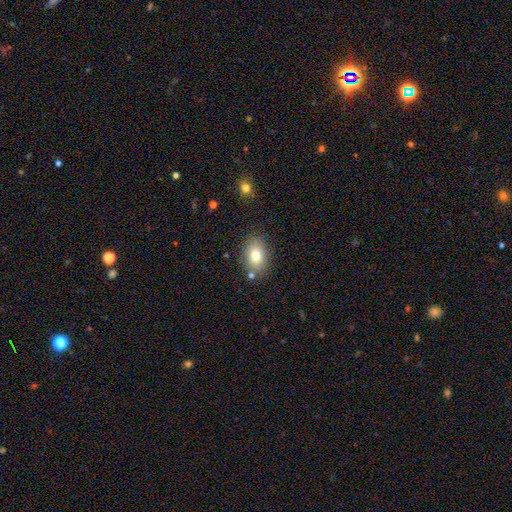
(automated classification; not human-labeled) Smooth or featured? Predicted: smooth (p=0.78). How rounded? Predicted: in between (p=0.84). Merging? Predicted: none (p=0.80).